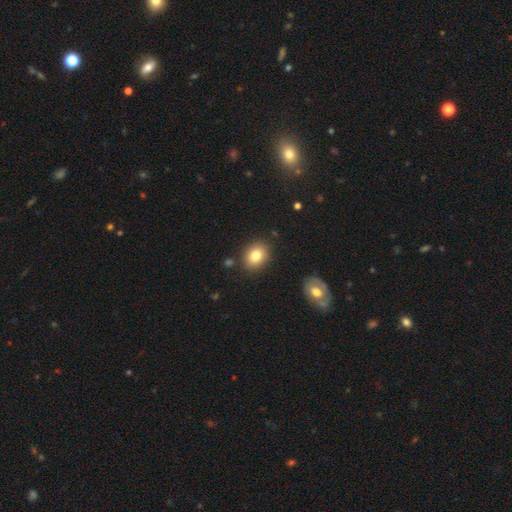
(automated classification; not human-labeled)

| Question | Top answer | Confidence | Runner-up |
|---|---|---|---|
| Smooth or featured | smooth | 81% | star or artifact (10%) |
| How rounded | in between | 58% | round (41%) |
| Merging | none | 85% | minor disturbance (9%) |